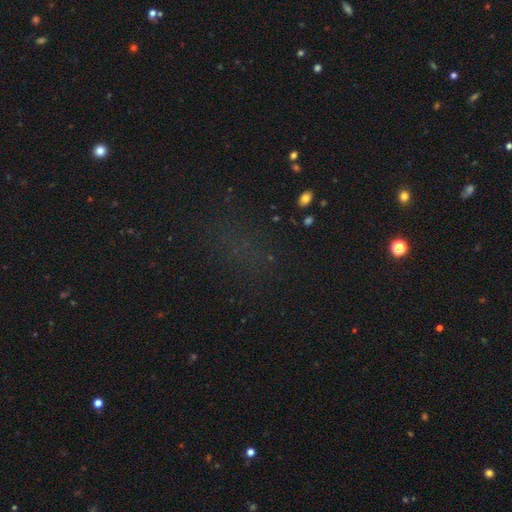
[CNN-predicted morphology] smooth-or-featured: star or artifact: 54% | smooth: 31% | featured or disk: 14%